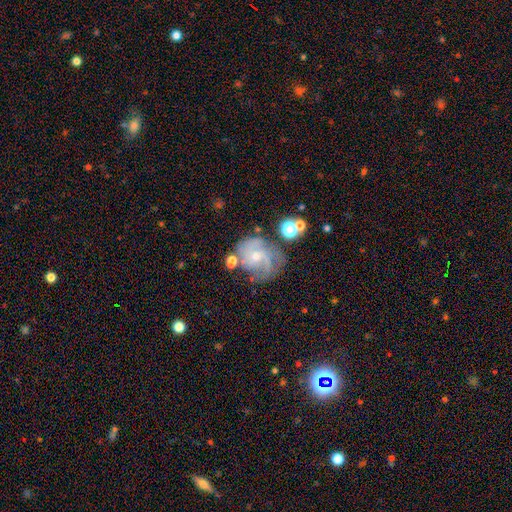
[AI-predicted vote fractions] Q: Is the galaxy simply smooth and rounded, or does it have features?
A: featured or disk — 75%.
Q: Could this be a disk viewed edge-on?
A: no — 98%.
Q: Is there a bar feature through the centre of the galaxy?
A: no — 66%.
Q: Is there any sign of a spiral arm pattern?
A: yes — 92%.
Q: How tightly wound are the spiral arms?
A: medium — 44%.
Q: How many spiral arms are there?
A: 2 — 29%.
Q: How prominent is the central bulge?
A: small — 65%.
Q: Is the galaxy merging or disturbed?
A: none — 54%.